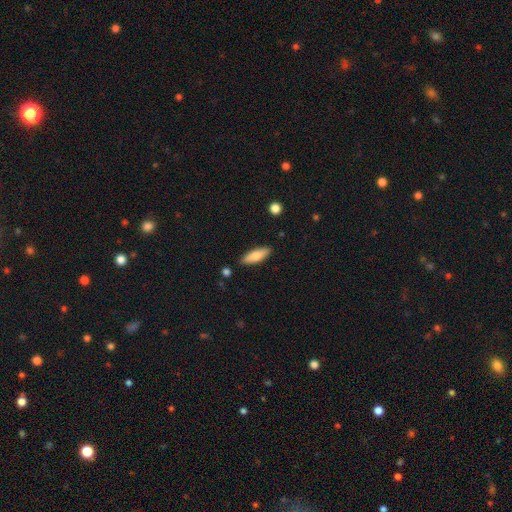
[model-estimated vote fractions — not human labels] smooth-or-featured: smooth: 74% | featured or disk: 20% | star or artifact: 6%
  how-rounded: in between: 58% | cigar-shaped: 40% | round: 2%
  merging: none: 86% | minor disturbance: 10% | merger: 2% | major disturbance: 2%